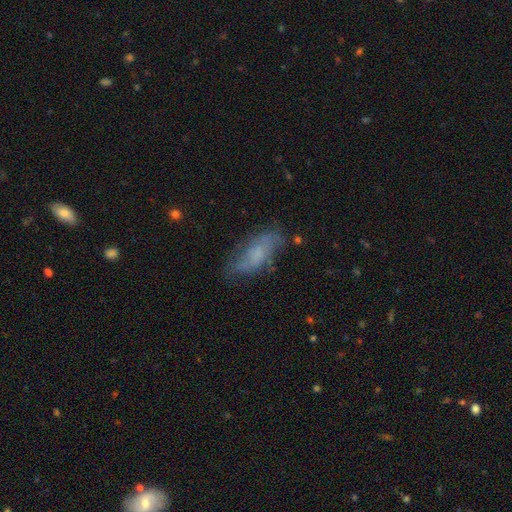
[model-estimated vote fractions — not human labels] smooth-or-featured: smooth: 53% | featured or disk: 37% | star or artifact: 10%
  how-rounded: in between: 74% | cigar-shaped: 23% | round: 3%
  merging: none: 61% | minor disturbance: 25% | major disturbance: 11% | merger: 3%